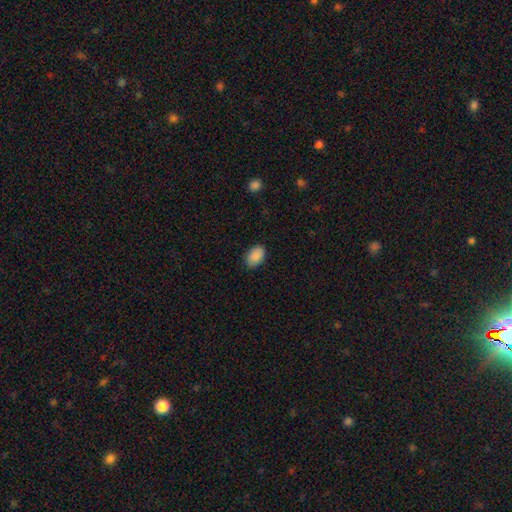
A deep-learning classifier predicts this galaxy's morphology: This is clearly a smooth galaxy (90%). How rounded: clearly in between (91%). Merging: clearly none (87%).